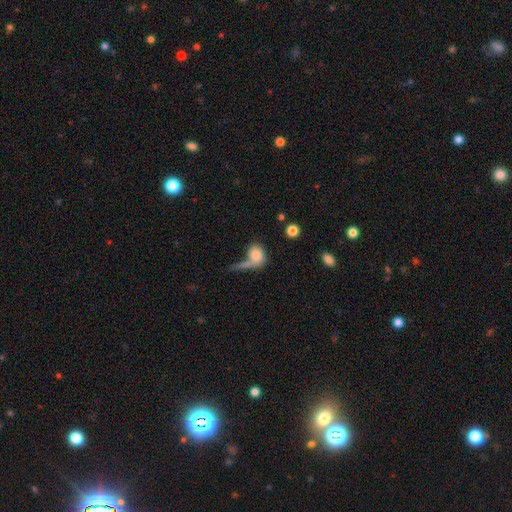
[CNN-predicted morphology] A smooth galaxy with no disk features (76%) that is round (51%).

Vote fractions:
- Smooth or featured? smooth: 76% / featured or disk: 16% / star or artifact: 8%
- How rounded? round: 51% / in between: 45% / cigar-shaped: 3%
- Merging? merger: 33% / none: 29% / major disturbance: 24% / minor disturbance: 14%